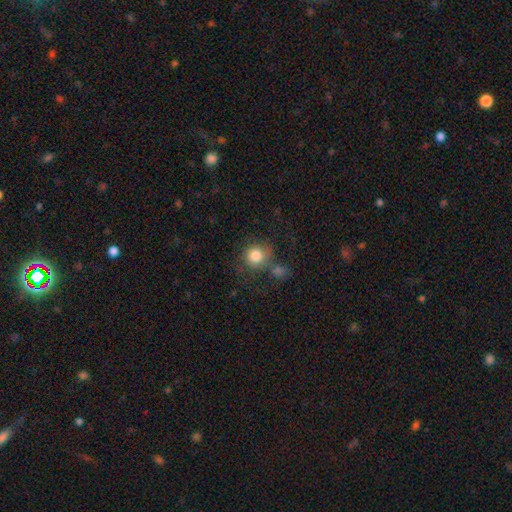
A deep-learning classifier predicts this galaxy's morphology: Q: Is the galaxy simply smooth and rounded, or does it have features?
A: smooth — 82%.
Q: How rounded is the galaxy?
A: round — 88%.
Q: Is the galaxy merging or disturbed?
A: none — 60%.